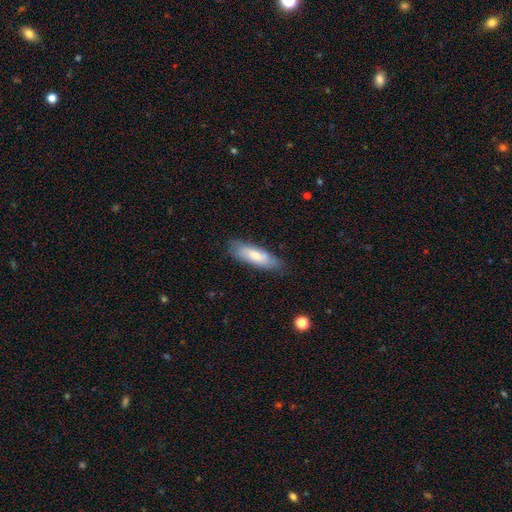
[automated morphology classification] smooth_or_featured: smooth (p=0.69) [alt: featured or disk p=0.25]
how_rounded: in between (p=0.52) [alt: cigar-shaped p=0.46]
merging: none (p=0.77) [alt: minor disturbance p=0.18]